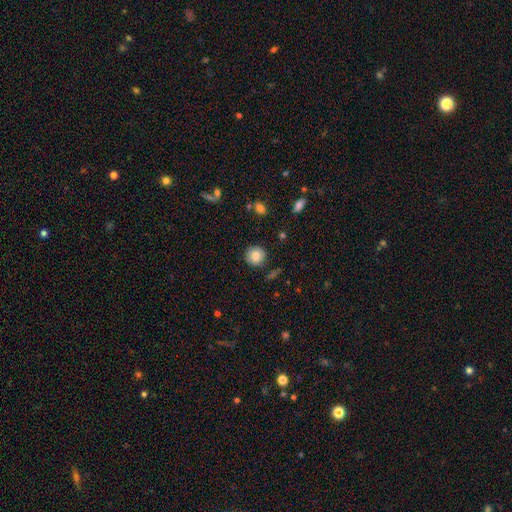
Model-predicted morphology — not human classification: A smooth galaxy with no disk features (78%) that is round (91%).

Vote fractions:
- Smooth or featured? smooth: 78% / featured or disk: 13% / star or artifact: 9%
- How rounded? round: 91% / in between: 8% / cigar-shaped: 1%
- Merging? none: 87% / minor disturbance: 9% / major disturbance: 2% / merger: 2%